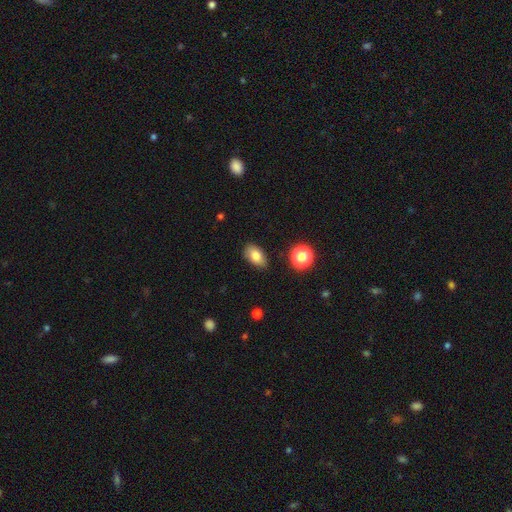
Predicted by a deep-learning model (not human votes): Overall: smooth (81%). How rounded: in between (89%). Merging: none (82%).